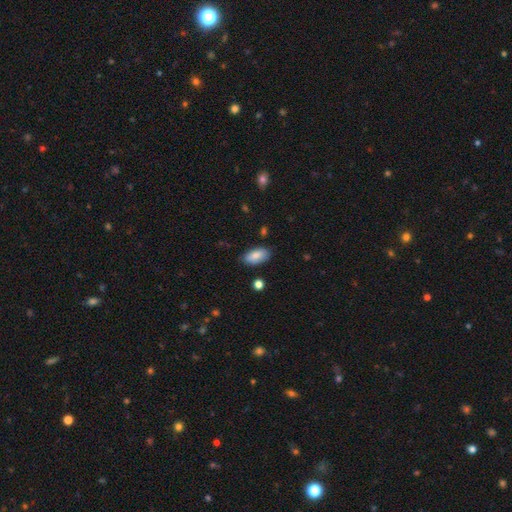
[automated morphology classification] Smooth or featured? Predicted: smooth (p=0.85). How rounded? Predicted: in between (p=0.91). Merging? Predicted: none (p=0.81).